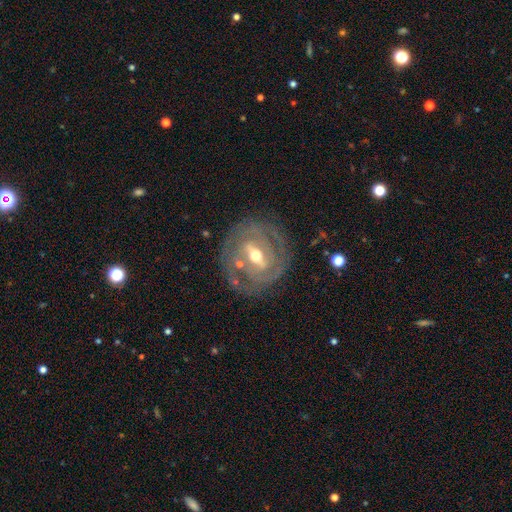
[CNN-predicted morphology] Smooth or featured? Predicted: featured or disk (p=0.81). Edge-on disk? Predicted: no (p=0.91). Bar? Predicted: strong (p=0.52). Spiral arms? Predicted: yes (p=0.65). Bulge size? Predicted: moderate (p=0.67). Merging? Predicted: none (p=0.76).